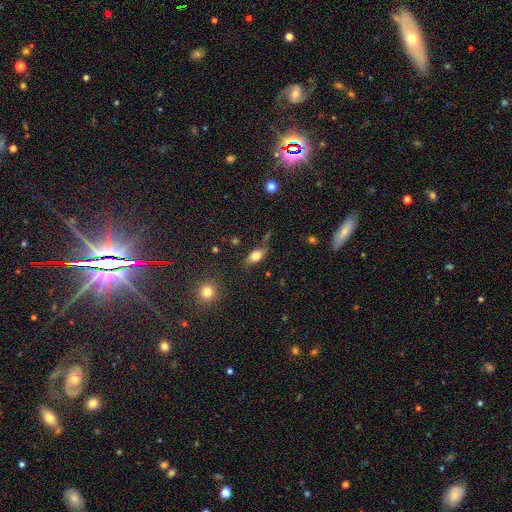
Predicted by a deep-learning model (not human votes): Smooth or featured: smooth — 69% (featured or disk — 22%)
How rounded: in between — 81% (cigar-shaped — 12%)
Merging: none — 66% (minor disturbance — 22%)